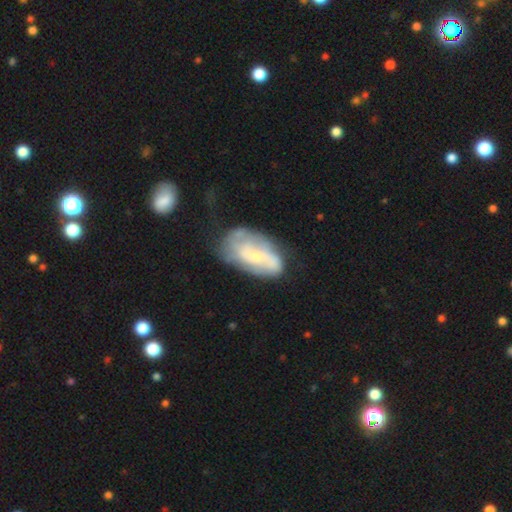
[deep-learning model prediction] Smooth or featured: featured or disk — 64% (smooth — 29%)
Edge-on disk: no — 95% (yes — 5%)
Bar: no — 56% (weak — 33%)
Spiral arms: yes — 72% (no — 28%)
Bulge size: small — 61% (moderate — 30%)
Merging: none — 50% (minor disturbance — 27%)